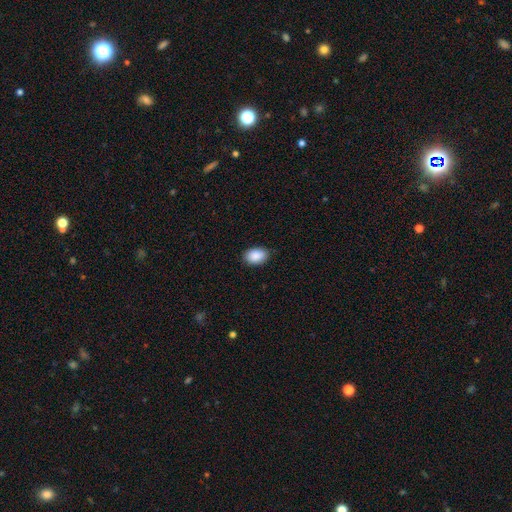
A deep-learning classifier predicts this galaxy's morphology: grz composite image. It shows a smooth galaxy with no disk features (90%) that is in between round and cigar-shaped (88%). Merging: none (87%).